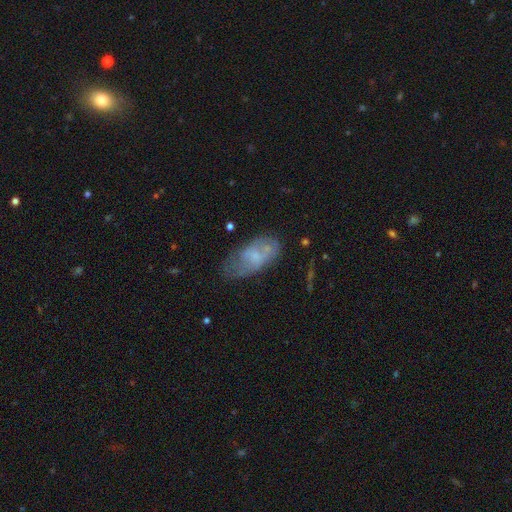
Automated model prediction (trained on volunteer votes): Smooth or featured? Predicted: smooth (p=0.51). How rounded? Predicted: in between (p=0.89). Merging? Predicted: none (p=0.51).